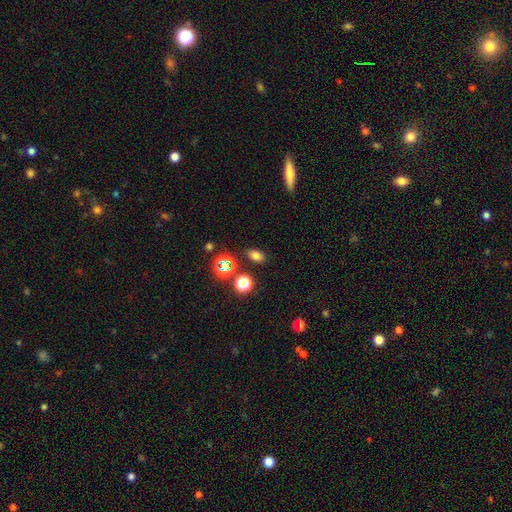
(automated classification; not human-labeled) Smooth or featured? smooth (70%)
How rounded? in between (79%)
Merging? none (83%)